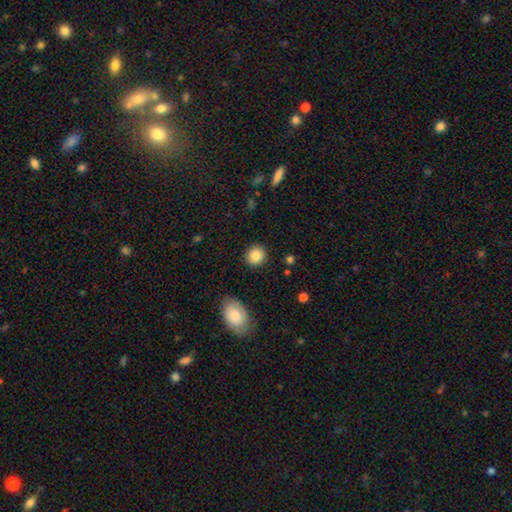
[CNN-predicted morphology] smooth_or_featured: smooth (p=0.86) [alt: star or artifact p=0.08]
how_rounded: round (p=0.84) [alt: in between p=0.15]
merging: none (p=0.89) [alt: minor disturbance p=0.07]